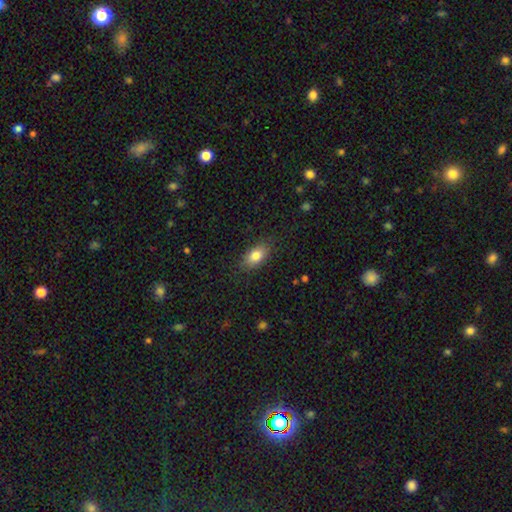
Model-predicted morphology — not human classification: type=smooth (82%); roundness=in between (87%); merging=none (84%).